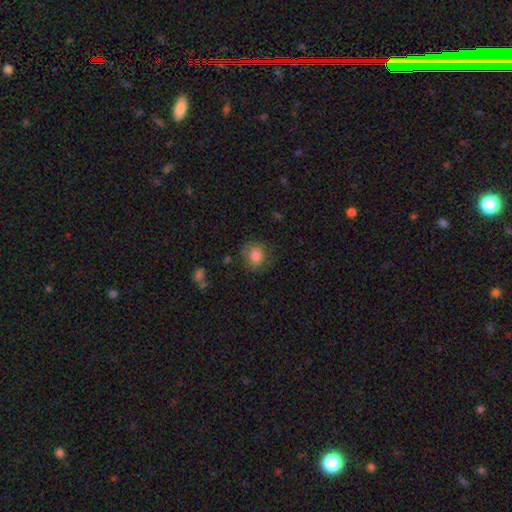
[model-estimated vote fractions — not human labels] Smooth or featured?
  - smooth: 78% *
  - featured or disk: 12%
  - star or artifact: 10%
How rounded?
  - round: 78% *
  - in between: 21%
  - cigar-shaped: 1%
Merging?
  - none: 72% *
  - minor disturbance: 20%
  - major disturbance: 7%
  - merger: 2%